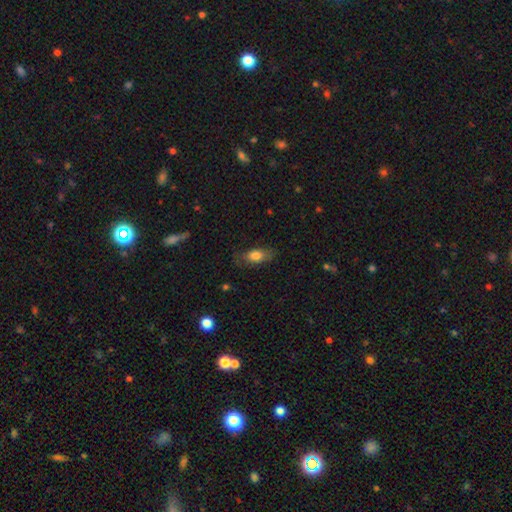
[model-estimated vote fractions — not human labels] This is likely a smooth galaxy (76%). How rounded: clearly in between (81%). Merging: likely none (73%).